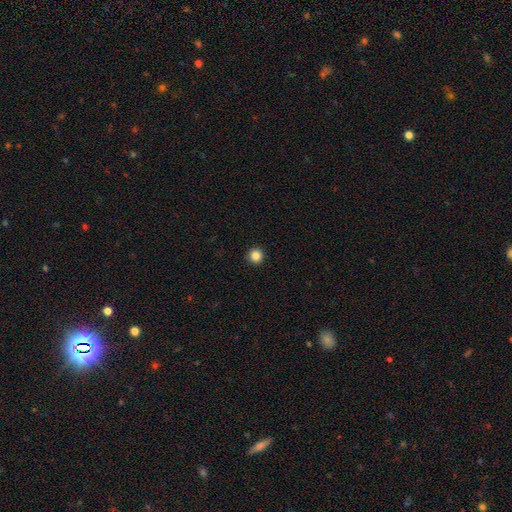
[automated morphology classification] The model was most divided on "smooth or featured": smooth: 85%, star or artifact: 11%, featured or disk: 4%. More confident: how rounded — round (95%); merging — none (94%).